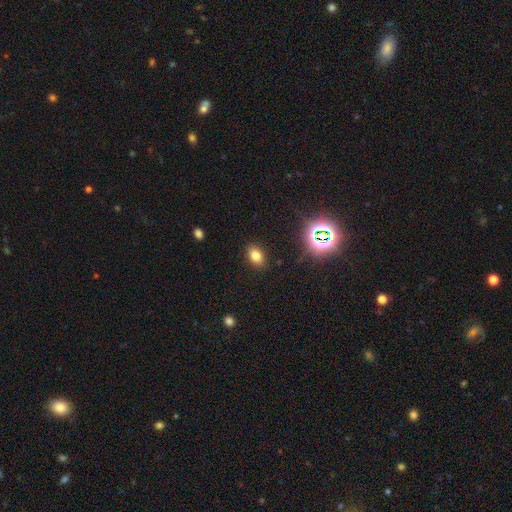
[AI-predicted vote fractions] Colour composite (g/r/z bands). It shows a smooth galaxy with no disk features (76%) that is in between round and cigar-shaped (81%). Merging: none (87%).